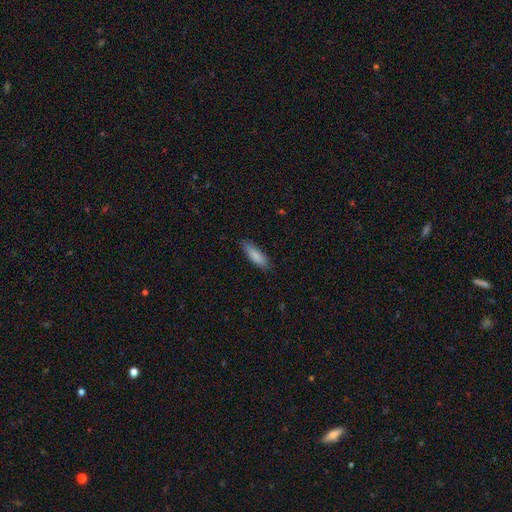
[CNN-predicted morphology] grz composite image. It shows a smooth galaxy with no disk features (86%) that is cigar-shaped (50%). Merging: none (83%).